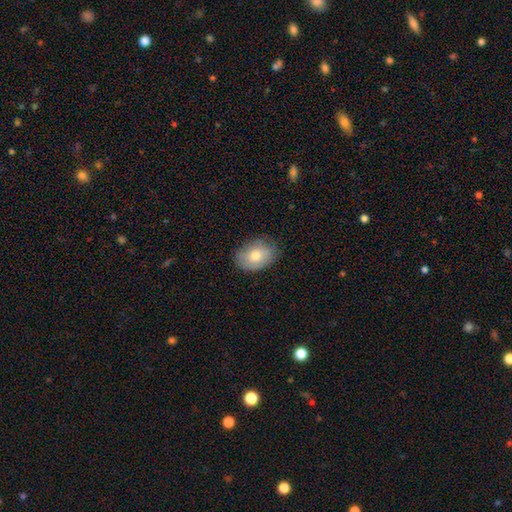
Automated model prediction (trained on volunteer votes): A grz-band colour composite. It shows a smooth galaxy with no disk features (73%) that is in between round and cigar-shaped (80%). Merging: none (79%).